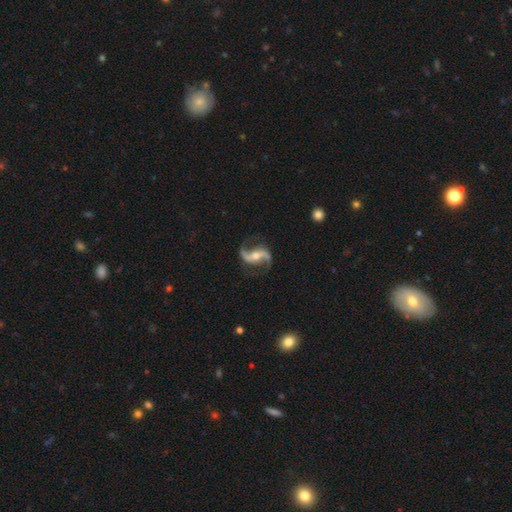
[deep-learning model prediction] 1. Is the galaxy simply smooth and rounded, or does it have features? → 92% featured or disk, 5% star or artifact, 4% smooth.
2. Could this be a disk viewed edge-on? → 97% no, 3% yes.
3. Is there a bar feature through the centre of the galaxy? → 39% strong, 32% weak, 29% no.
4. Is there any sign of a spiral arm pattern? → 98% yes, 2% no.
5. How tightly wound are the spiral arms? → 66% loose, 27% medium, 6% tight.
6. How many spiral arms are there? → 94% 2, 1% 1, 1% can't tell, 1% 3, 1% 4, 1% more than 4.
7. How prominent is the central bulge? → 60% moderate, 35% small, 3% large, 1% none, 1% dominant.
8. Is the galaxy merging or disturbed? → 81% none, 12% minor disturbance, 6% major disturbance, 2% merger.